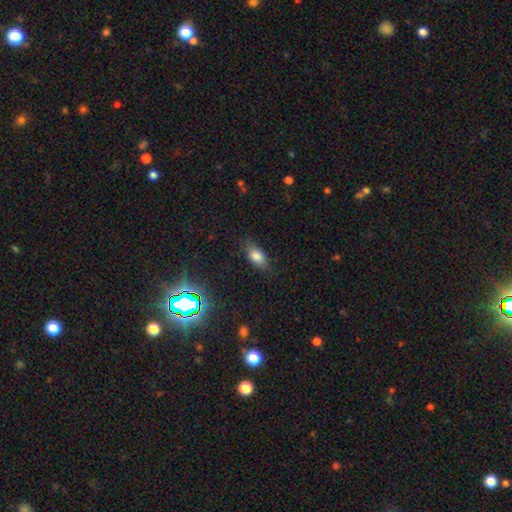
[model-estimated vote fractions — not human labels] This appears to be a smooth galaxy with no disk features (78%) that is in between round and cigar-shaped (86%). Merging: none (77%).